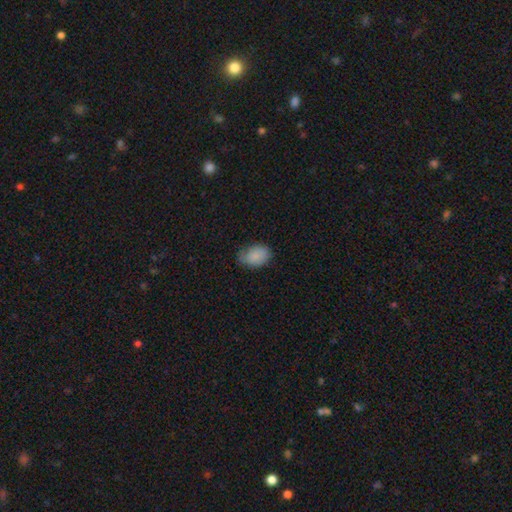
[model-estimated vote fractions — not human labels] smooth 84%, featured or disk 8%, star or artifact 7%. Down the decision tree: how rounded — in between (81%); merging — none (65%).